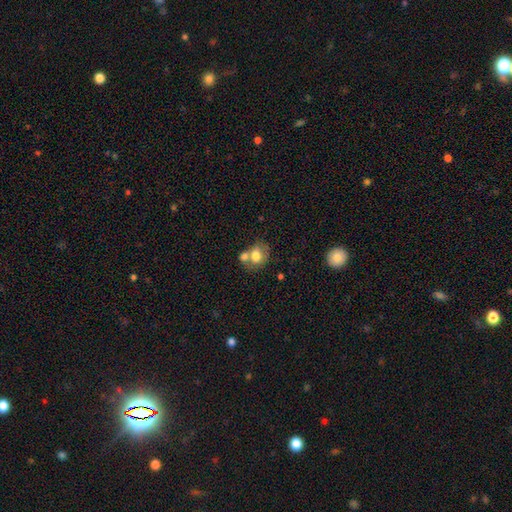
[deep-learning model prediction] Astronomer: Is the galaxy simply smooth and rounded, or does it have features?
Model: smooth — 72%.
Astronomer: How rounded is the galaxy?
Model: round — 53% (runner-up: in between, 46%).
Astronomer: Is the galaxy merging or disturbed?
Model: merger — 47% (runner-up: none, 34%).